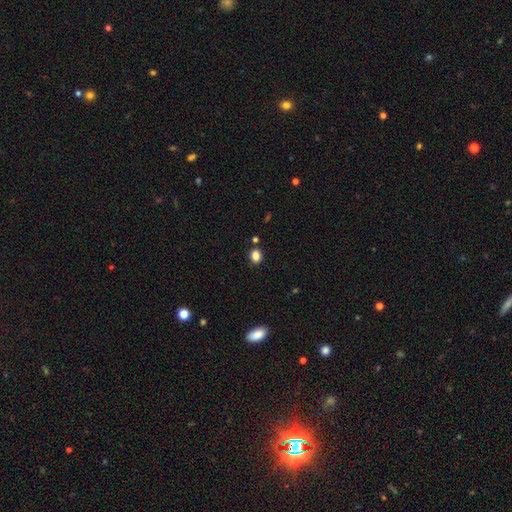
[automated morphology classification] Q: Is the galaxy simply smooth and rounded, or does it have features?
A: smooth — 83%.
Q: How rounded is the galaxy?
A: round — 60%.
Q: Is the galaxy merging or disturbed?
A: none — 84%.